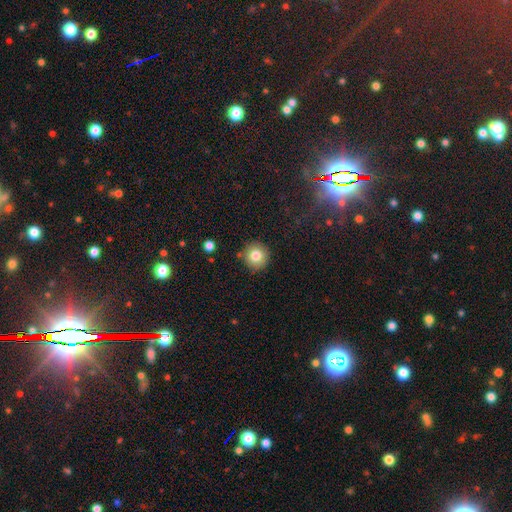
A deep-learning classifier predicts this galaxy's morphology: smooth 80%, star or artifact 10%, featured or disk 9%. Down the decision tree: how rounded — round (94%); merging — none (87%).